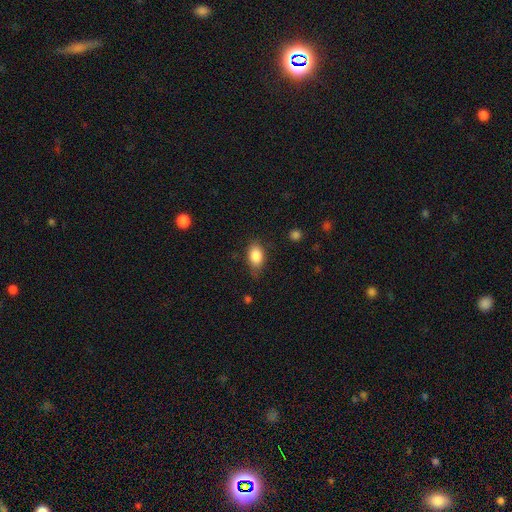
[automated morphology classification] A smooth galaxy with no disk features (86%) that is in between round and cigar-shaped (85%). Merging: none (68%).